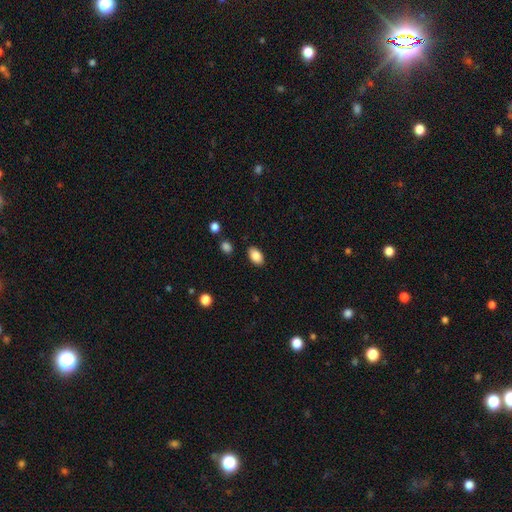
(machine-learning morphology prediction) A smooth galaxy with no disk features (87%) that is in between round and cigar-shaped (91%). Merging: none (86%).